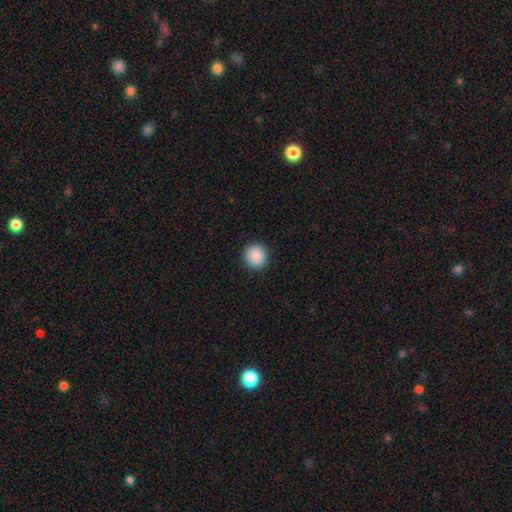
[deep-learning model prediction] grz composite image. It shows a smooth galaxy with no disk features (90%) that is round (88%). Merging: none (92%).